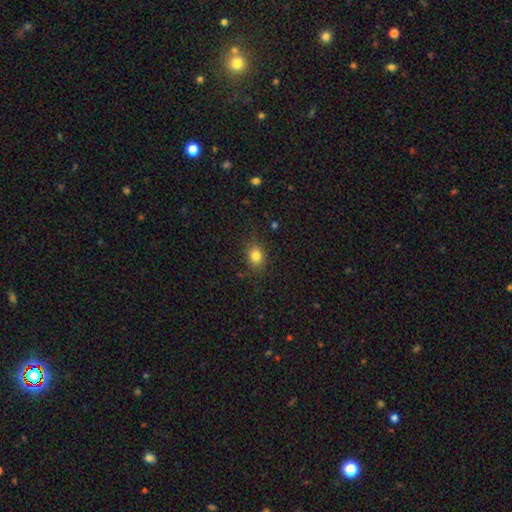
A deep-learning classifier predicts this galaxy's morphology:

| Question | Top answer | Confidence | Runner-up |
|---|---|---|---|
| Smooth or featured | smooth | 81% | star or artifact (12%) |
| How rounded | round | 57% | in between (42%) |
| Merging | none | 82% | minor disturbance (13%) |